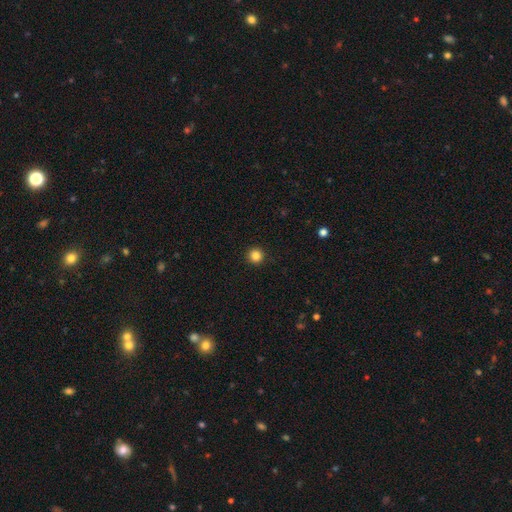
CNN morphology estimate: A smooth galaxy with no disk features (85%) that is round (96%). Merging: none (93%).